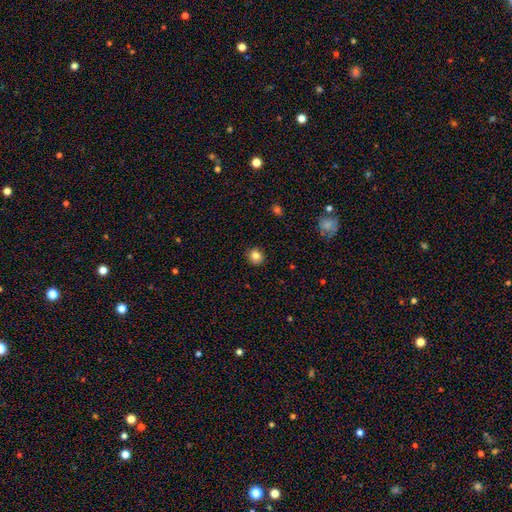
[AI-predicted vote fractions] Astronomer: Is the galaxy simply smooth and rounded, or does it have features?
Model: smooth — 83%.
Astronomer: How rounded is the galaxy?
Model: round — 84%.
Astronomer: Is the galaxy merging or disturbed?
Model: none — 90%.